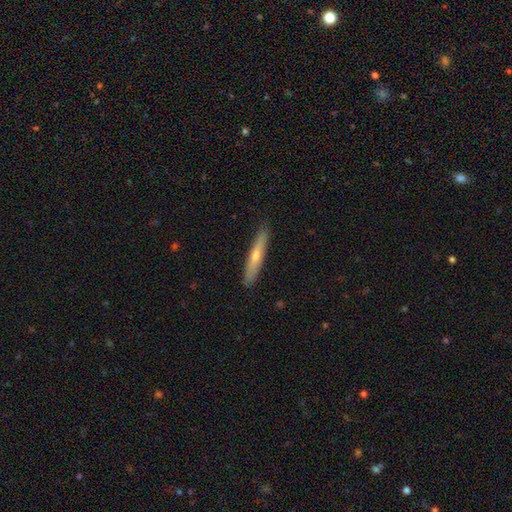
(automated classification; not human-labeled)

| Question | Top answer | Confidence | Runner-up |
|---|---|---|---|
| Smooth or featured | smooth | 51% | featured or disk (43%) |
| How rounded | cigar-shaped | 93% | in between (6%) |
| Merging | none | 90% | minor disturbance (8%) |